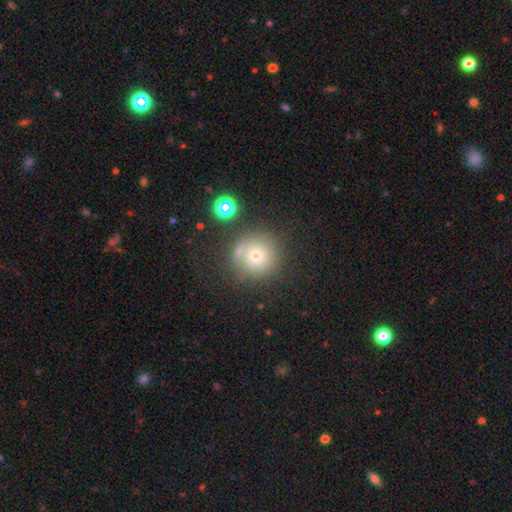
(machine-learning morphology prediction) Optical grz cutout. It shows a smooth galaxy with no disk features (60%) that is round (94%). Merging: none (69%).